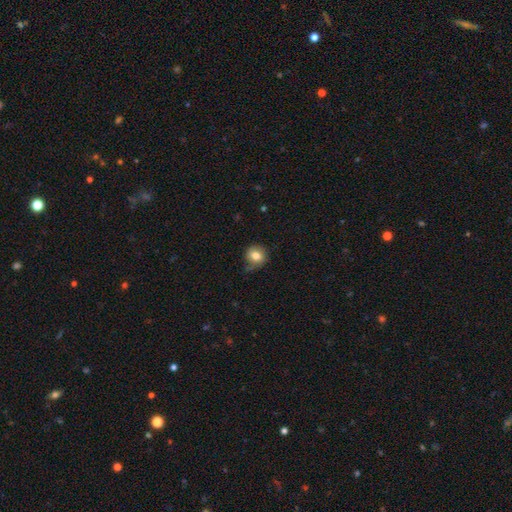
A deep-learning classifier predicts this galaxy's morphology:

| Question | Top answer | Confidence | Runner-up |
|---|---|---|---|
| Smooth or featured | smooth | 79% | featured or disk (12%) |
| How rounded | round | 76% | in between (23%) |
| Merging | none | 62% | minor disturbance (28%) |